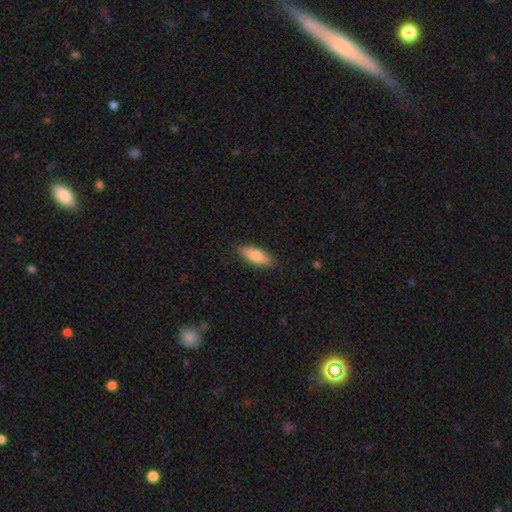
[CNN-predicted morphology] smooth 83%, featured or disk 11%, star or artifact 6%. Down the decision tree: how rounded — in between (73%); merging — none (86%).